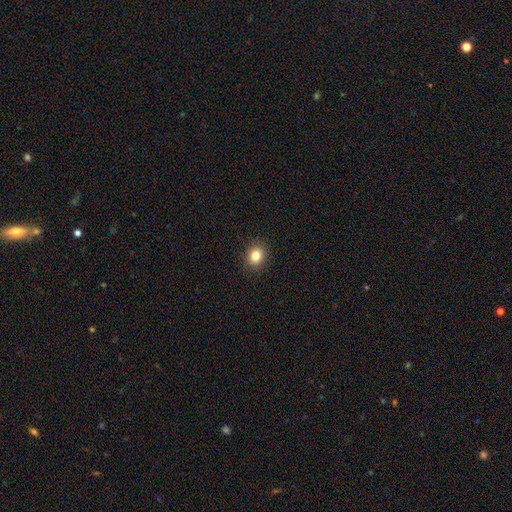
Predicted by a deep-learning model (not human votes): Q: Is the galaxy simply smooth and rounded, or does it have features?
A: smooth — 82%.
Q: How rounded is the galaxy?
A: round — 64%.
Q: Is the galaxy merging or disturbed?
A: none — 90%.